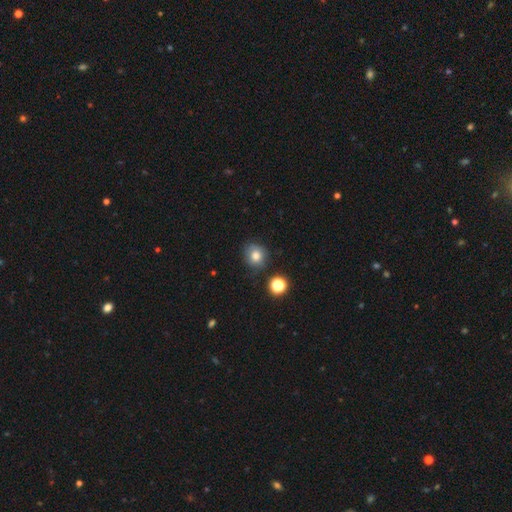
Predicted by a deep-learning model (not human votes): smooth-or-featured: smooth: 77% | star or artifact: 13% | featured or disk: 10%
  how-rounded: round: 79% | in between: 20% | cigar-shaped: 1%
  merging: none: 74% | minor disturbance: 18% | major disturbance: 5% | merger: 4%